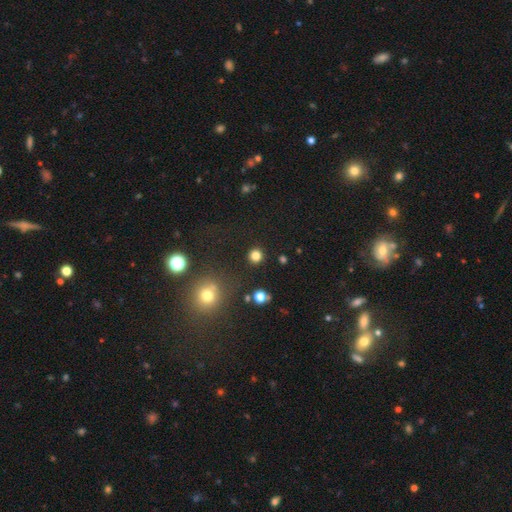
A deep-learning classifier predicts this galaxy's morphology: Overall: smooth (80%). How rounded: round (93%). Merging: none (90%).